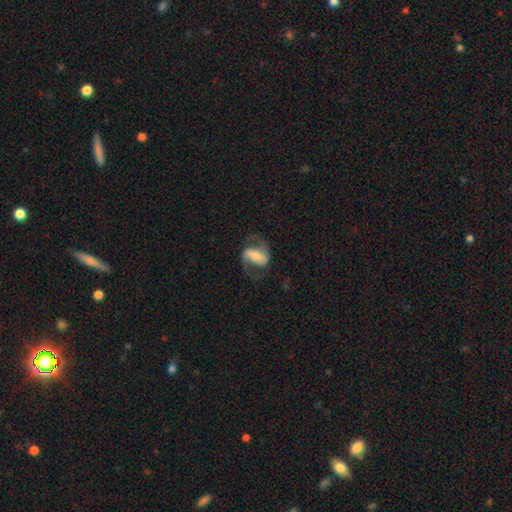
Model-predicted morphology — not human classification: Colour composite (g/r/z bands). It shows a featured or disk galaxy (75%) with a strong bar (46%), 2 (91%) medium (48%) spiral arms (91%) and a moderate central bulge (44%). Merging: none (68%).